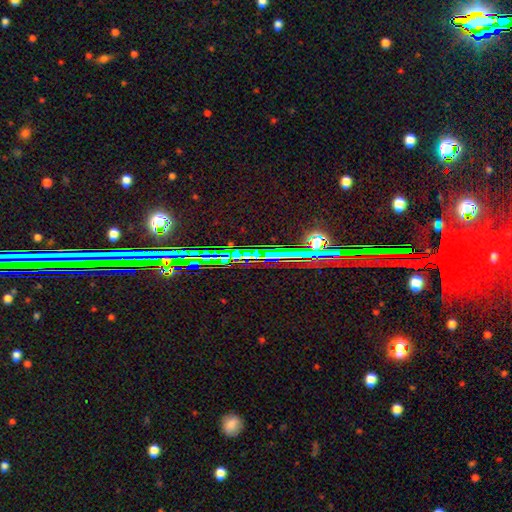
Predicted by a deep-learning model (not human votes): star or artifact 71%, featured or disk 18%, smooth 11%.